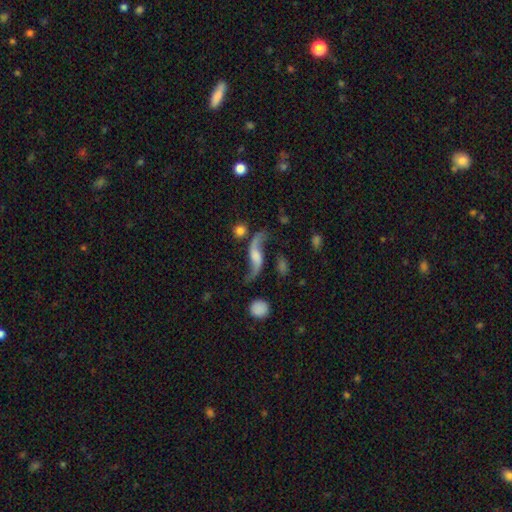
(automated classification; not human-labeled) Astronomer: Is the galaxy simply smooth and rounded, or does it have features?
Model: featured or disk — 85%.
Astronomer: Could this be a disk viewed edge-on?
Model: no — 92%.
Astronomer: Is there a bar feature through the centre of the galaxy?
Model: no — 51% (runner-up: weak, 35%).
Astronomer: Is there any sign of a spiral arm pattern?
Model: yes — 95%.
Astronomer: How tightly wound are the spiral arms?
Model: loose — 94%.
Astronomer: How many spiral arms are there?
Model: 2 — 94%.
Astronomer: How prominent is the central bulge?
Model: none — 28%, tied with moderate at 28%.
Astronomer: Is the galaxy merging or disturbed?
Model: none — 68%.